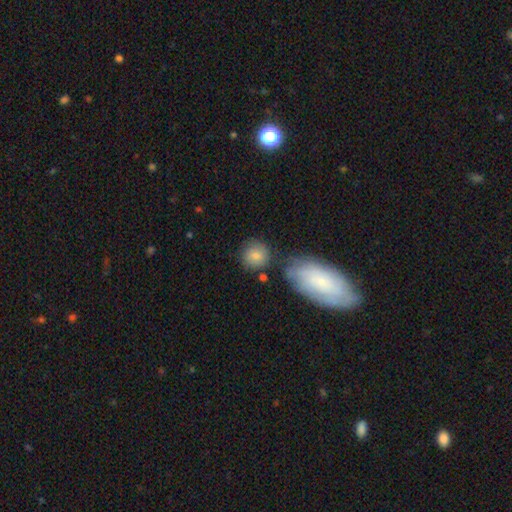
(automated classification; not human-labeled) smooth_or_featured: smooth (p=0.81) [alt: featured or disk p=0.11]
how_rounded: round (p=0.86) [alt: in between p=0.13]
merging: none (p=0.72) [alt: minor disturbance p=0.12]